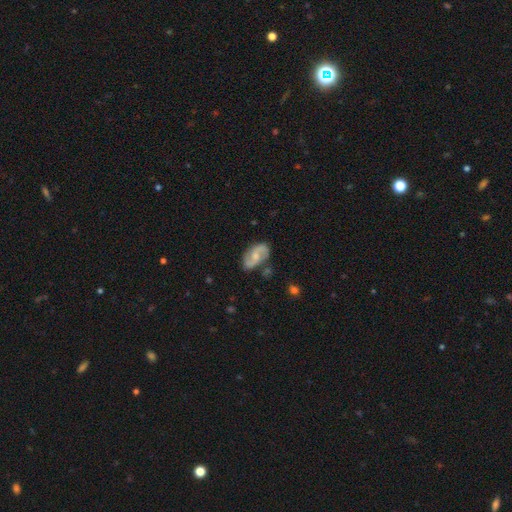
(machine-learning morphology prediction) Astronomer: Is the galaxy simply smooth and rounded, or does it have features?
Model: featured or disk — 76%.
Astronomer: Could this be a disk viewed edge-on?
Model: no — 97%.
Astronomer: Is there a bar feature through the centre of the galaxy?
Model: no — 48% (runner-up: weak, 43%).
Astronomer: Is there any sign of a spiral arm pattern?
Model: yes — 93%.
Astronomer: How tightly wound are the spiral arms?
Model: medium — 46% (runner-up: loose, 38%).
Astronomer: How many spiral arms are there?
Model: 2 — 91%.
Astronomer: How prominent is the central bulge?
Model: moderate — 53% (runner-up: small, 37%).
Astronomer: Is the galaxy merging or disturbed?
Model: none — 75%.